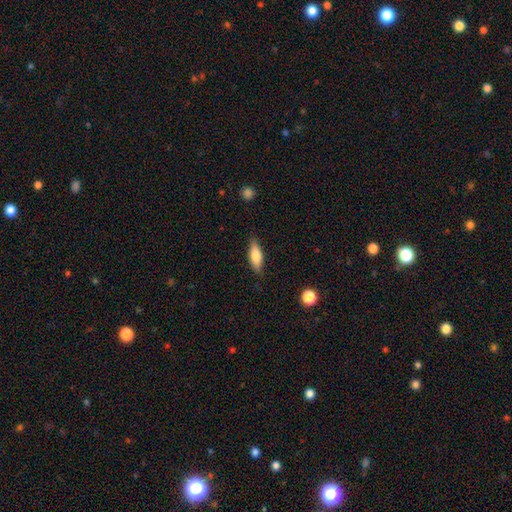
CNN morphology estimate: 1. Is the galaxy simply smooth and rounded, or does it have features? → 71% smooth, 23% featured or disk, 6% star or artifact.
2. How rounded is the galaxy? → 55% in between, 43% cigar-shaped, 2% round.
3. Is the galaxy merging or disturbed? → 84% none, 13% minor disturbance, 3% major disturbance, 1% merger.